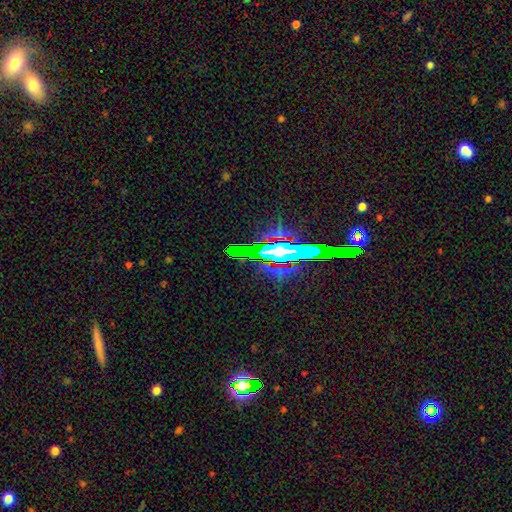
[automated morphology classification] Smooth or featured: star or artifact — 60% (featured or disk — 22%)